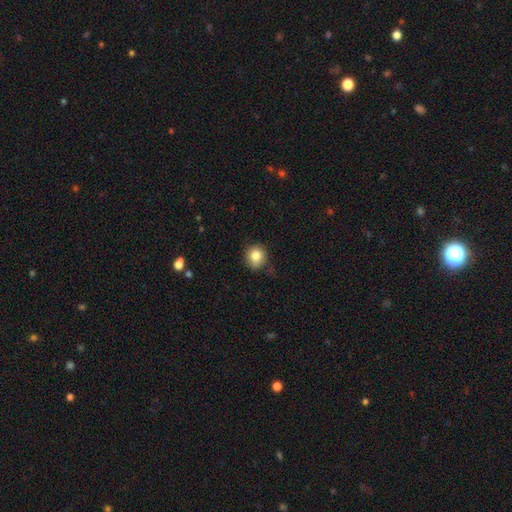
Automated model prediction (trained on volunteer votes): smooth_or_featured: smooth (p=0.82) [alt: star or artifact p=0.10]
how_rounded: round (p=0.86) [alt: in between p=0.13]
merging: none (p=0.82) [alt: minor disturbance p=0.13]